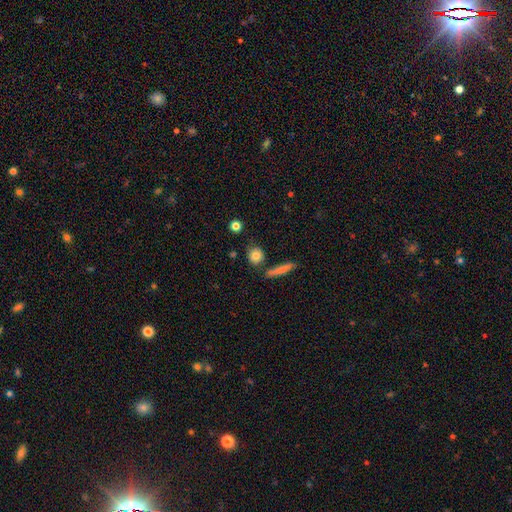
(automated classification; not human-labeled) Smooth or featured: smooth — 81% (featured or disk — 9%)
How rounded: round — 76% (in between — 19%)
Merging: none — 76% (minor disturbance — 12%)